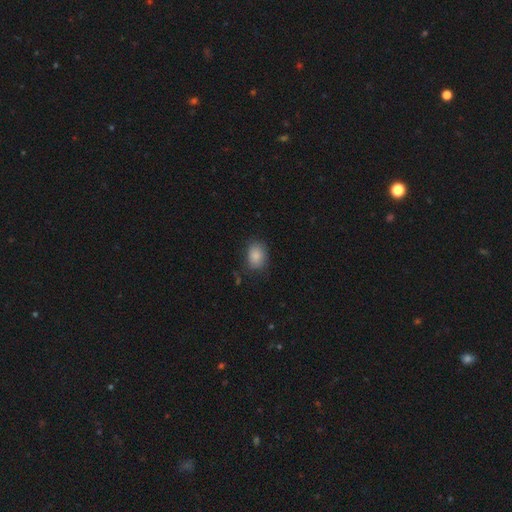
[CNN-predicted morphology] A smooth galaxy with no disk features (86%) that is in between round and cigar-shaped (66%). Merging: none (77%).